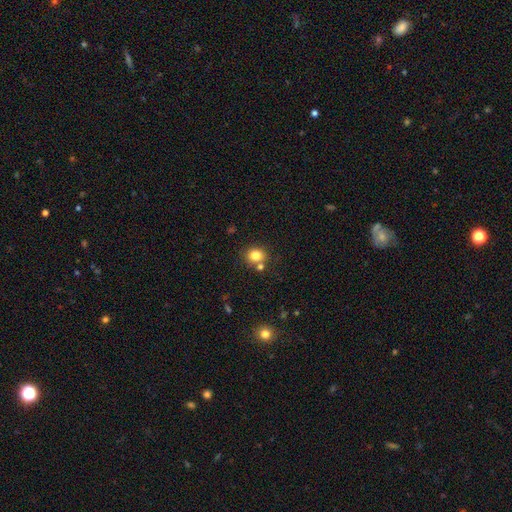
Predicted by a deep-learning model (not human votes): Smooth or featured? Predicted: smooth (p=0.81). How rounded? Predicted: round (p=0.74). Merging? Predicted: none (p=0.71).